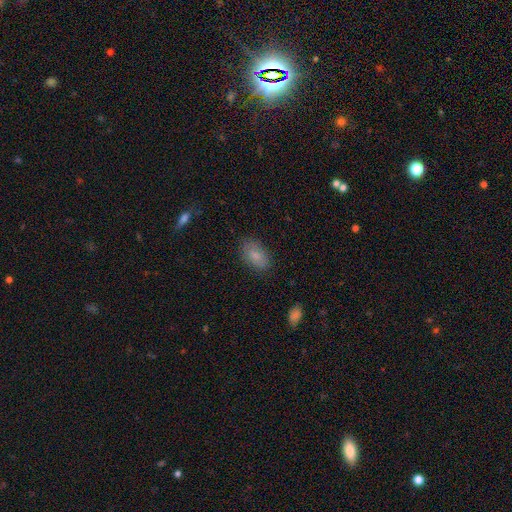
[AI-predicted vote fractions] Smooth or featured: smooth — 83% (featured or disk — 9%)
How rounded: in between — 92% (round — 5%)
Merging: none — 82% (minor disturbance — 14%)